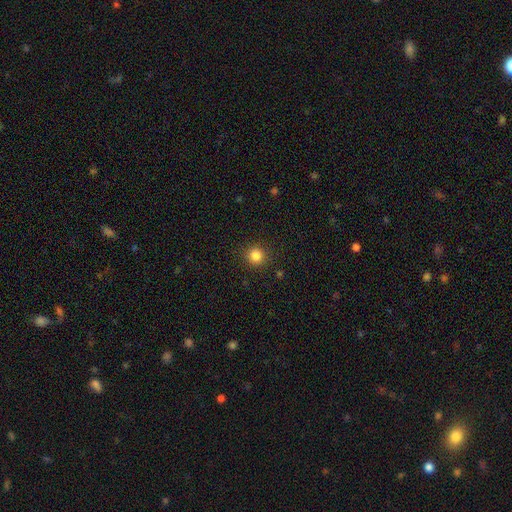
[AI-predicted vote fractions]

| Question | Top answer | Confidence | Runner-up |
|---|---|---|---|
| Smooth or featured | smooth | 84% | star or artifact (12%) |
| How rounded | round | 94% | in between (5%) |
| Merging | none | 91% | minor disturbance (5%) |